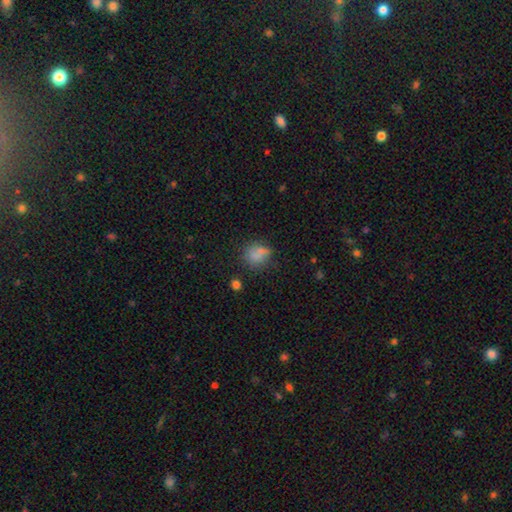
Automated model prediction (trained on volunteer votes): Smooth or featured? smooth (76%)
How rounded? in between (51%)
Merging? none (53%)